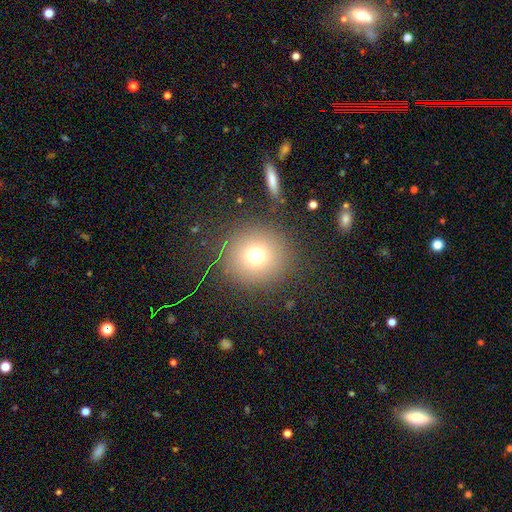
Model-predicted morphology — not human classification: Q: Smooth or featured?
A: smooth (72%); runner-up: star or artifact (18%)
Q: How rounded?
A: round (94%); runner-up: in between (5%)
Q: Merging?
A: none (87%); runner-up: minor disturbance (7%)